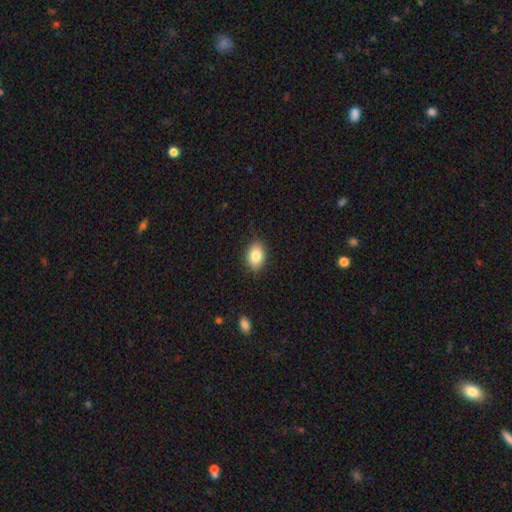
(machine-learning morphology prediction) Q: Smooth or featured?
A: smooth (83%); runner-up: featured or disk (9%)
Q: How rounded?
A: in between (82%); runner-up: round (16%)
Q: Merging?
A: none (85%); runner-up: minor disturbance (12%)